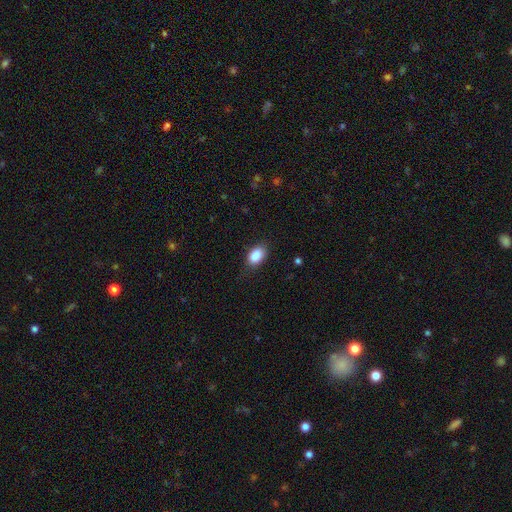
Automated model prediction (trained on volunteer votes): Overall: smooth (87%). How rounded: in between (89%). Merging: none (80%).